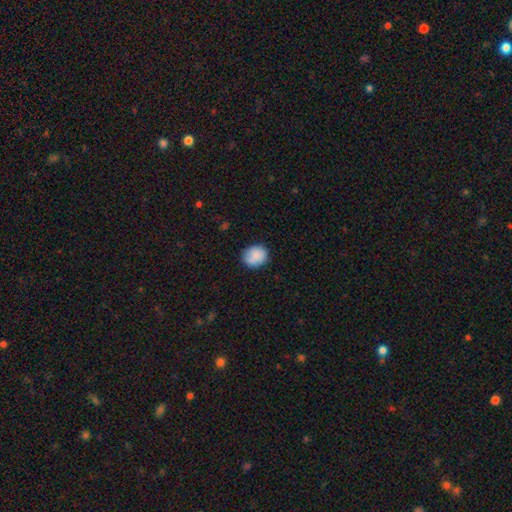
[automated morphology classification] type=smooth (84%); roundness=round (71%); merging=none (79%).